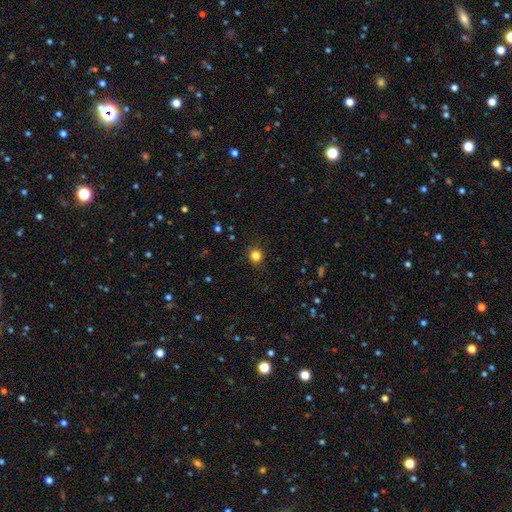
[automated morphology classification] Smooth or featured? smooth (83%)
How rounded? round (85%)
Merging? none (89%)